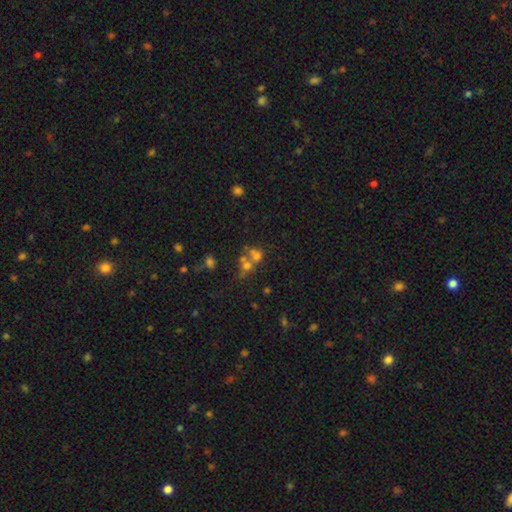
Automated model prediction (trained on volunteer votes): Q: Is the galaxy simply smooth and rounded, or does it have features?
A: smooth — 52%.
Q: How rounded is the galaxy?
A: round — 71%.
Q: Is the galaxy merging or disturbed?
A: merger — 53%.